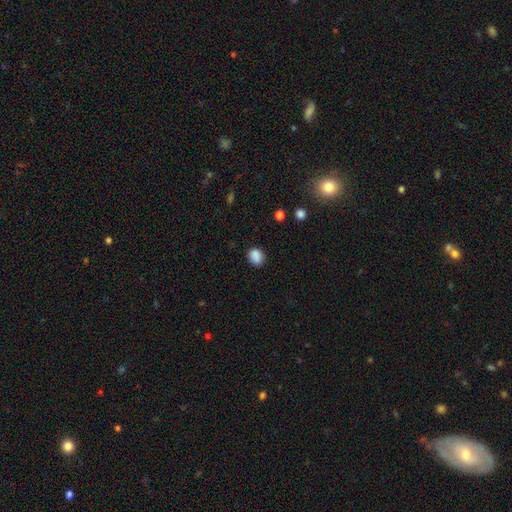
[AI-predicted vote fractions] Q: Smooth or featured?
A: smooth (86%); runner-up: star or artifact (10%)
Q: How rounded?
A: round (53%); runner-up: in between (46%)
Q: Merging?
A: none (81%); runner-up: minor disturbance (13%)